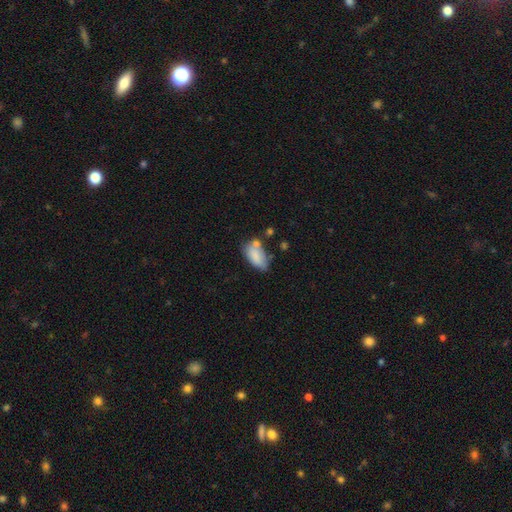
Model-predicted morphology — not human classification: This is likely a smooth galaxy (80%). How rounded: clearly in between (92%). Merging: possibly none (46%).